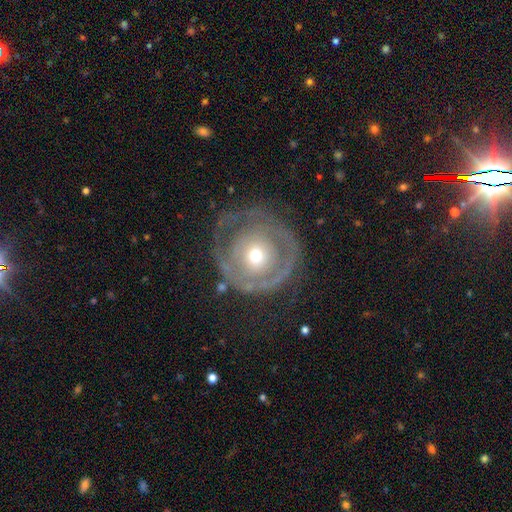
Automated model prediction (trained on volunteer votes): A featured or disk galaxy (68%) with no bar (85%), spiral arms (58%) and a moderate central bulge (55%). Merging: none (59%).